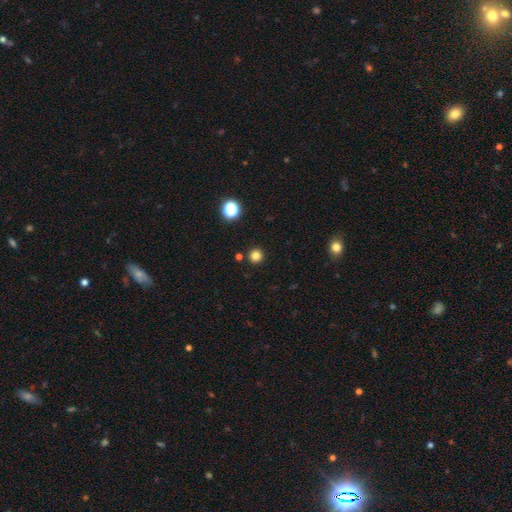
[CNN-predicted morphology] Overall: smooth (81%). How rounded: round (95%). Merging: none (90%).